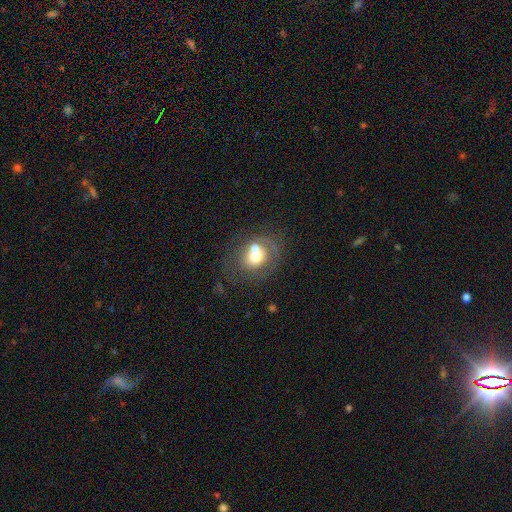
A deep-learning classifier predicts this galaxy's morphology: This is possibly a smooth galaxy (49%). Merging: marginally none (38%).